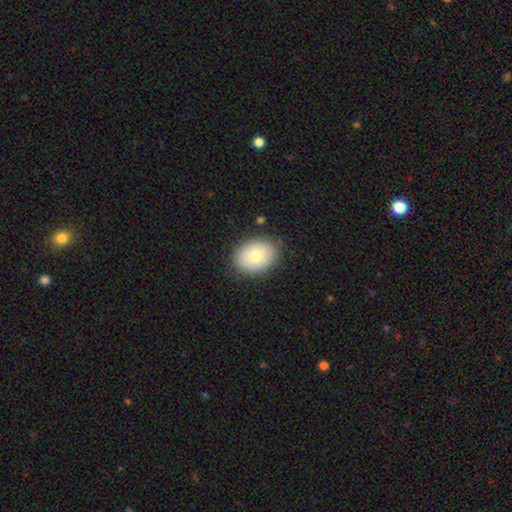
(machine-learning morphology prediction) smooth_or_featured: smooth (p=0.77) [alt: featured or disk p=0.15]
how_rounded: in between (p=0.69) [alt: round p=0.30]
merging: none (p=0.86) [alt: minor disturbance p=0.10]